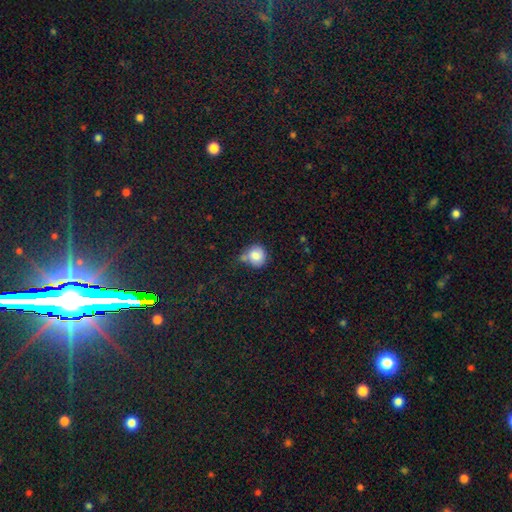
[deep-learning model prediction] Morphology: type=smooth (83%); roundness=round (86%); merging=none (52%).